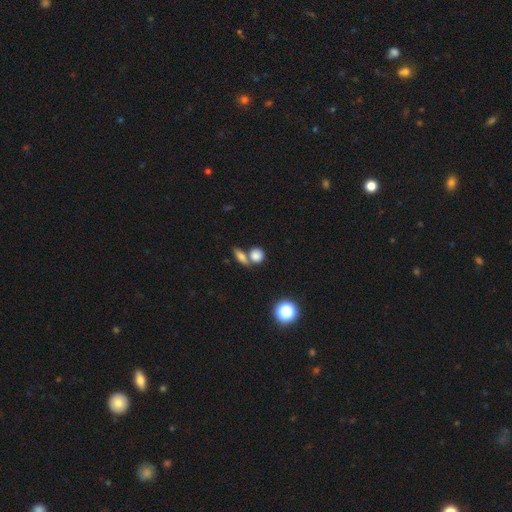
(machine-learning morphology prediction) The model was most divided on "merging": none: 49%, merger: 40%, minor disturbance: 8%, major disturbance: 4%. More confident: smooth or featured — smooth (80%); how rounded — round (72%).